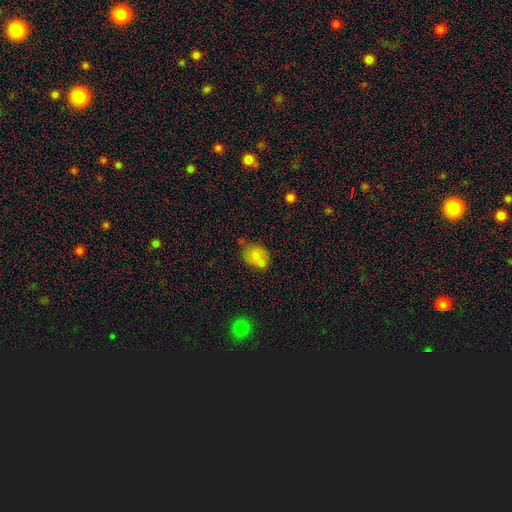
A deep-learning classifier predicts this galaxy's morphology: This is likely a smooth galaxy (75%). How rounded: possibly in between (57%). Merging: marginally none (44%).